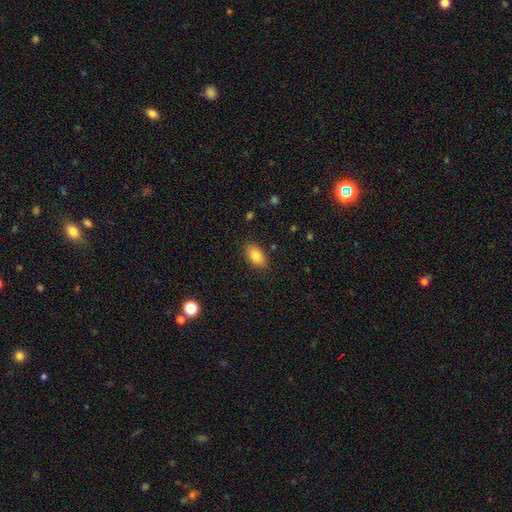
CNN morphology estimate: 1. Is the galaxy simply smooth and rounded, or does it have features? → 83% smooth, 9% featured or disk, 8% star or artifact.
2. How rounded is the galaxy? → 90% in between, 7% round, 2% cigar-shaped.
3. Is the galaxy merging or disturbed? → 85% none, 11% minor disturbance, 3% major disturbance, 1% merger.